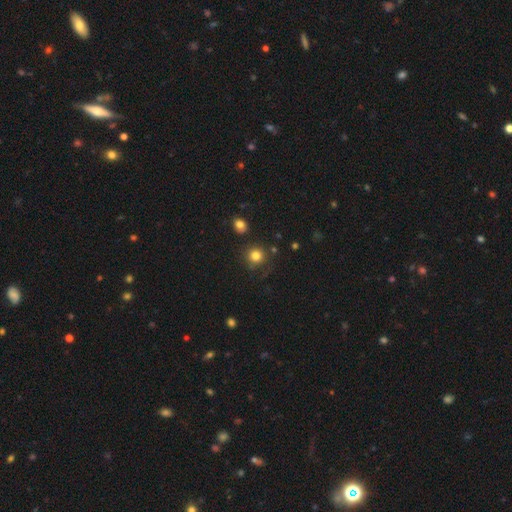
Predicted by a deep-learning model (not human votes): Overall: smooth (81%). How rounded: round (90%). Merging: none (80%).